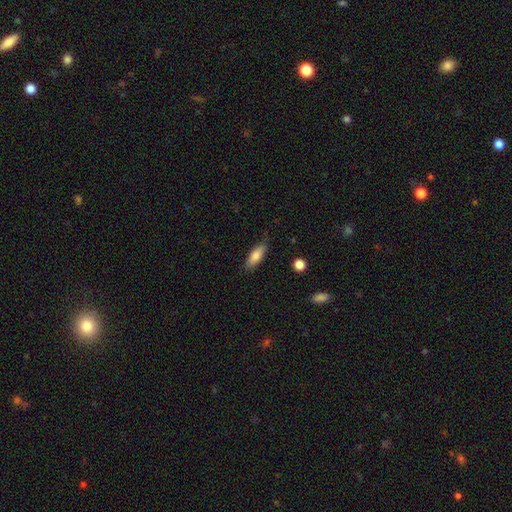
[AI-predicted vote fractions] smooth_or_featured: smooth (p=0.81) [alt: featured or disk p=0.13]
how_rounded: in between (p=0.68) [alt: cigar-shaped p=0.30]
merging: none (p=0.83) [alt: minor disturbance p=0.13]